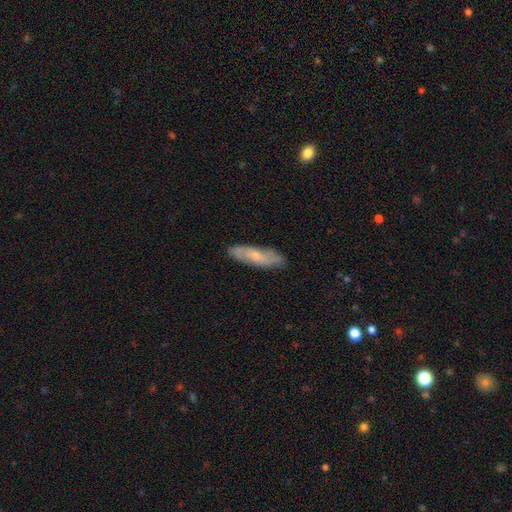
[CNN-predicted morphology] Smooth or featured: smooth — 51% (featured or disk — 42%)
How rounded: cigar-shaped — 63% (in between — 35%)
Merging: none — 85% (minor disturbance — 12%)